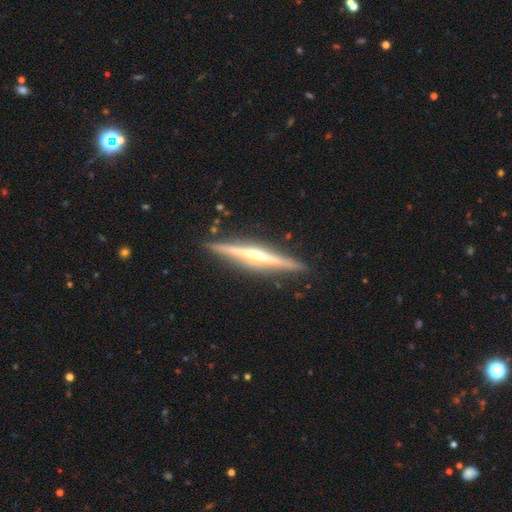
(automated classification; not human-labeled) The model was most divided on "edge-on bulge": rounded: 74%, none: 15%, boxy: 10%. More confident: edge-on disk — yes (98%); merging — none (90%); smooth or featured — featured or disk (84%).